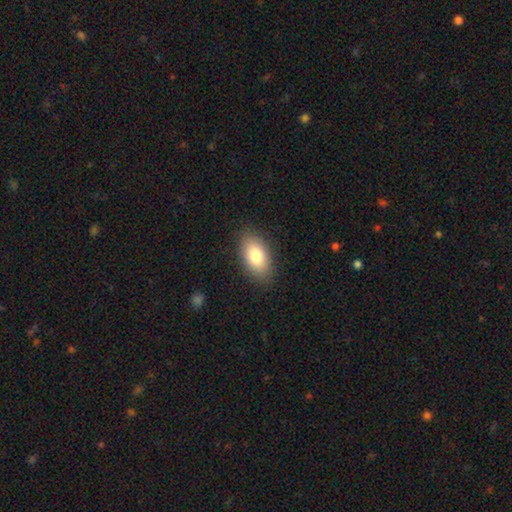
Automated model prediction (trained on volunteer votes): smooth_or_featured: smooth (p=0.81) [alt: featured or disk p=0.12]
how_rounded: in between (p=0.92) [alt: round p=0.05]
merging: none (p=0.86) [alt: minor disturbance p=0.11]